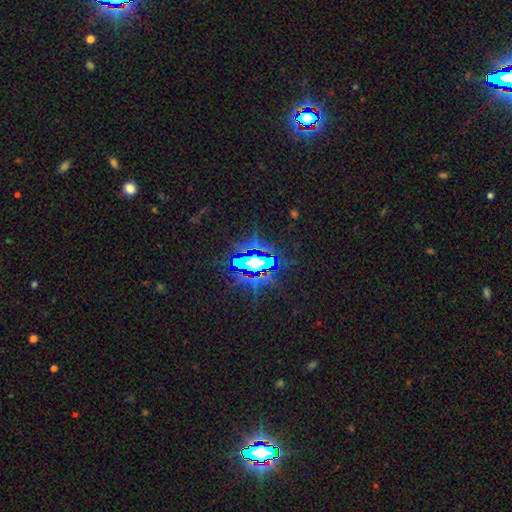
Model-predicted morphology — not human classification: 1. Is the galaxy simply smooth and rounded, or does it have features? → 71% star or artifact, 15% smooth, 14% featured or disk.